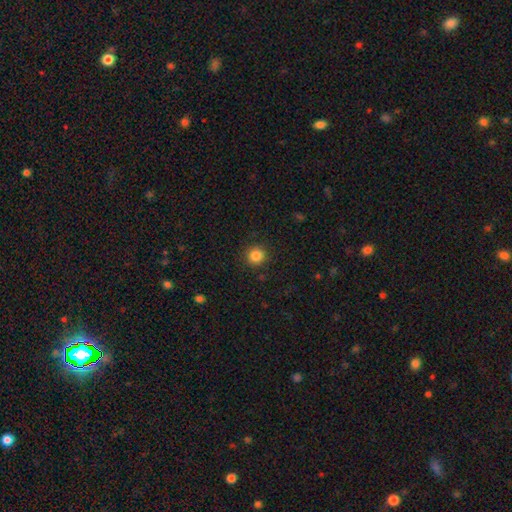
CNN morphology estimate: type=smooth (85%); roundness=round (94%); merging=none (91%).